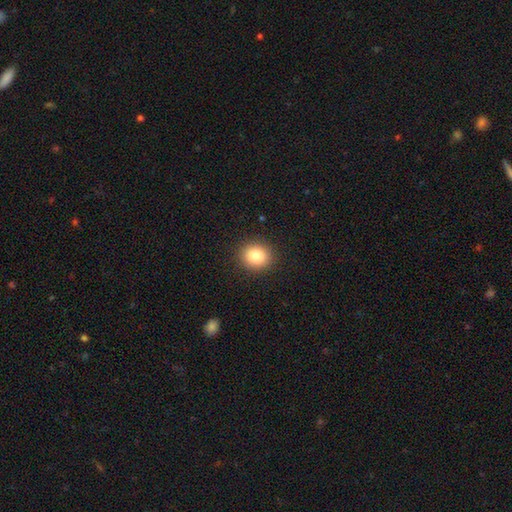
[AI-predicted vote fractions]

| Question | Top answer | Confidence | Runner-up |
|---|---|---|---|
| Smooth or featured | smooth | 85% | star or artifact (9%) |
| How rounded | round | 79% | in between (20%) |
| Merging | none | 90% | minor disturbance (6%) |